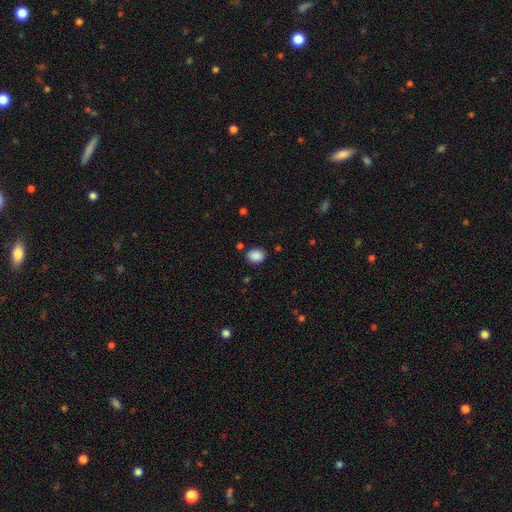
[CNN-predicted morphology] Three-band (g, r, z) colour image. It shows a smooth galaxy with no disk features (88%) that is in between round and cigar-shaped (59%). Merging: none (84%).